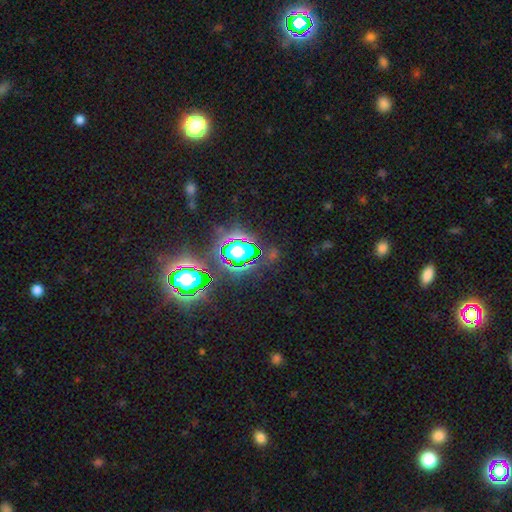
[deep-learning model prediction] Q: Smooth or featured?
A: star or artifact (79%); runner-up: smooth (13%)